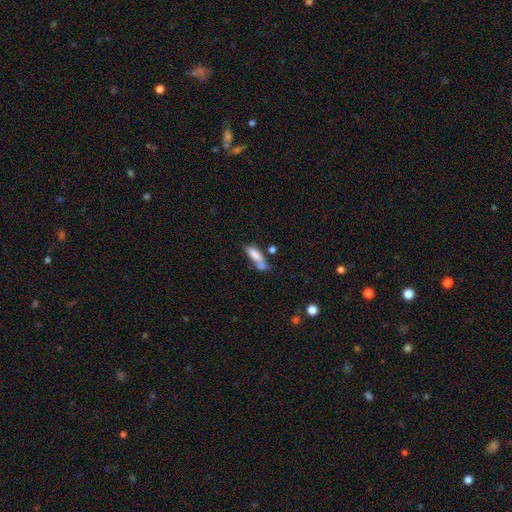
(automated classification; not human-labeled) A smooth galaxy with no disk features (76%) that is in between round and cigar-shaped (52%). Merging: none (36%).